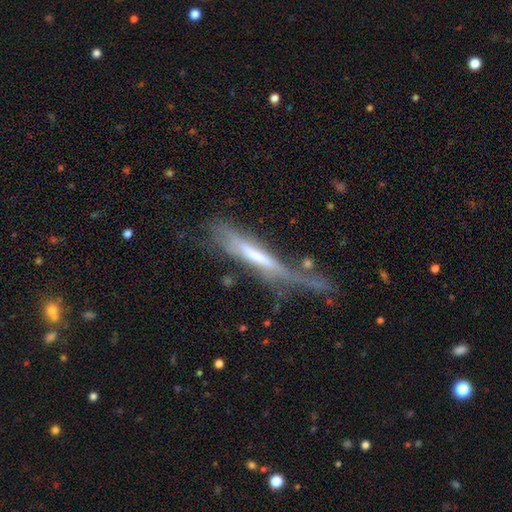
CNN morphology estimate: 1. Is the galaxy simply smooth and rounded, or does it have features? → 57% featured or disk, 36% smooth, 7% star or artifact.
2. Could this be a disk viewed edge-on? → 76% yes, 24% no.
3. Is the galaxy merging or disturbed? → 36% major disturbance, 27% none, 25% minor disturbance, 12% merger.